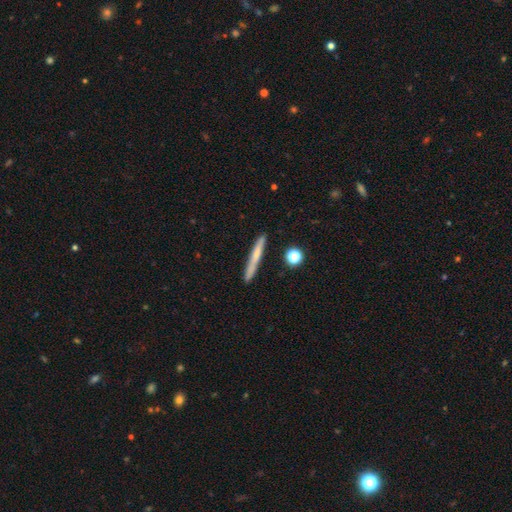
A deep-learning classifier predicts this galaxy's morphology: This is possibly a smooth galaxy (59%). How rounded: clearly cigar-shaped (95%). Merging: clearly none (88%).